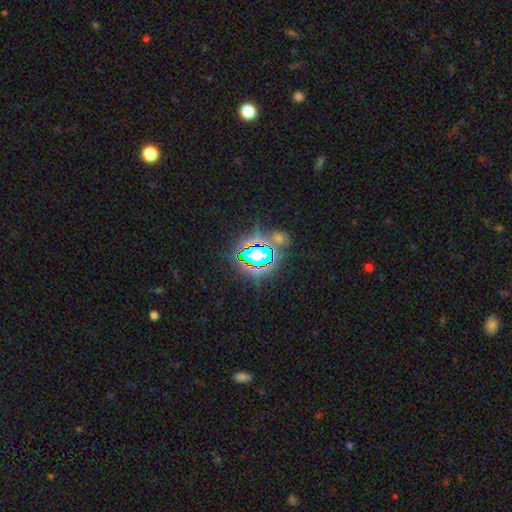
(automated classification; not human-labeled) Smooth or featured? Predicted: star or artifact (p=0.73).